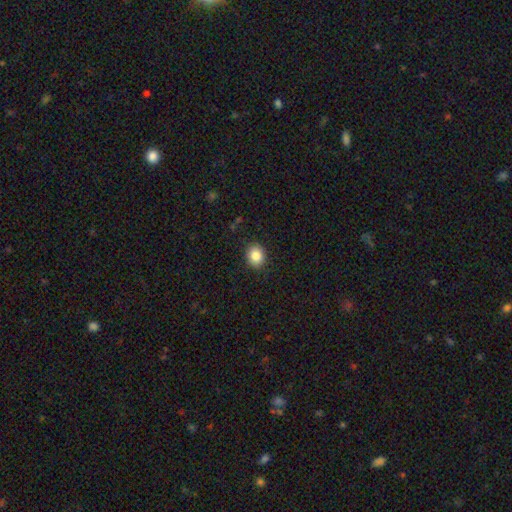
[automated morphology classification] This is clearly a smooth galaxy (85%). How rounded: likely round (62%). Merging: clearly none (89%).